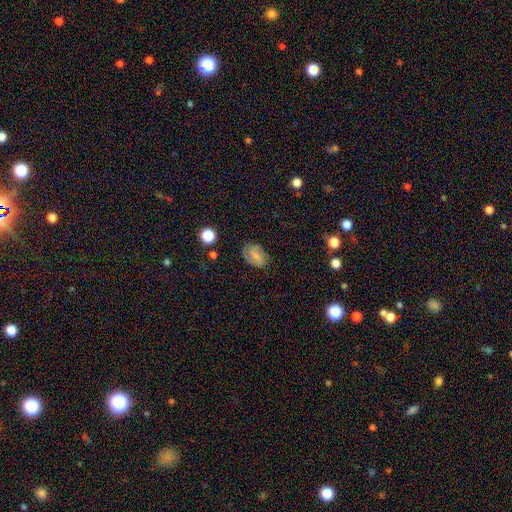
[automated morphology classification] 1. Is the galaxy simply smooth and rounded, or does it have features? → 55% smooth, 35% featured or disk, 11% star or artifact.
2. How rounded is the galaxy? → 82% in between, 15% round, 3% cigar-shaped.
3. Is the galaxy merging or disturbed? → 73% none, 20% minor disturbance, 6% major disturbance, 2% merger.